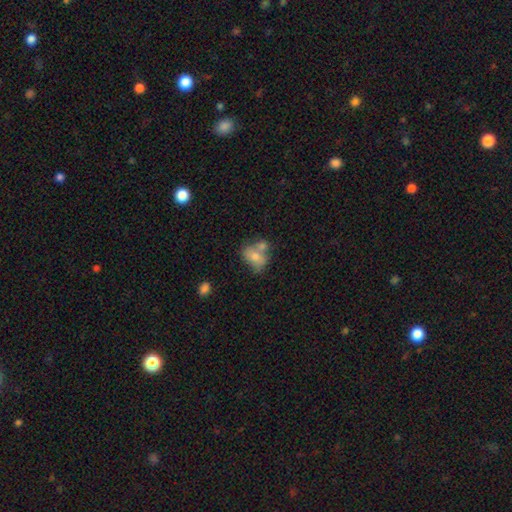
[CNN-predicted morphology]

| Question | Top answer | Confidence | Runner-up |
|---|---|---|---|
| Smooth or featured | smooth | 68% | featured or disk (24%) |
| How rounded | in between | 66% | round (32%) |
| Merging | merger | 46% | none (31%) |